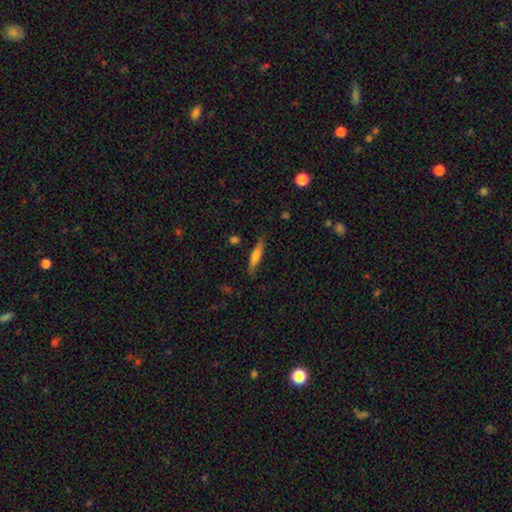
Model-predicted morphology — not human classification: smooth-or-featured: smooth: 64% | featured or disk: 30% | star or artifact: 7%
  how-rounded: cigar-shaped: 80% | in between: 18% | round: 2%
  merging: none: 83% | minor disturbance: 13% | major disturbance: 3% | merger: 2%